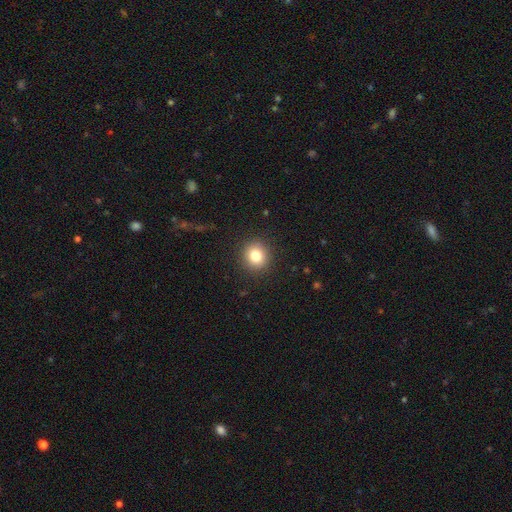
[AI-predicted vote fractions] Smooth or featured?
  - smooth: 82% *
  - star or artifact: 11%
  - featured or disk: 7%
How rounded?
  - round: 87% *
  - in between: 12%
  - cigar-shaped: 1%
Merging?
  - none: 91% *
  - minor disturbance: 6%
  - major disturbance: 2%
  - merger: 1%